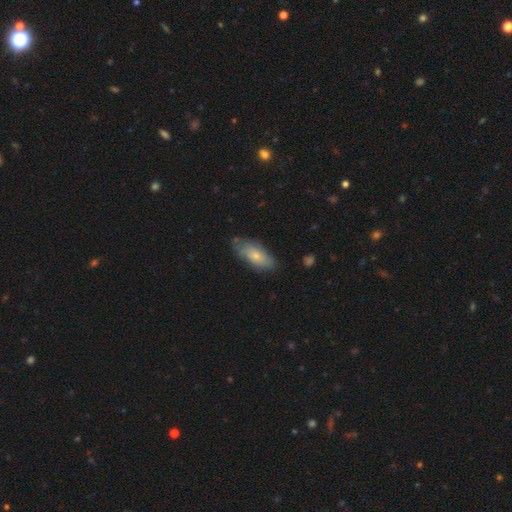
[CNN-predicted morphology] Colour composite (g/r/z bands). It shows a smooth galaxy with no disk features (68%) that is in between round and cigar-shaped (83%). Merging: none (68%).